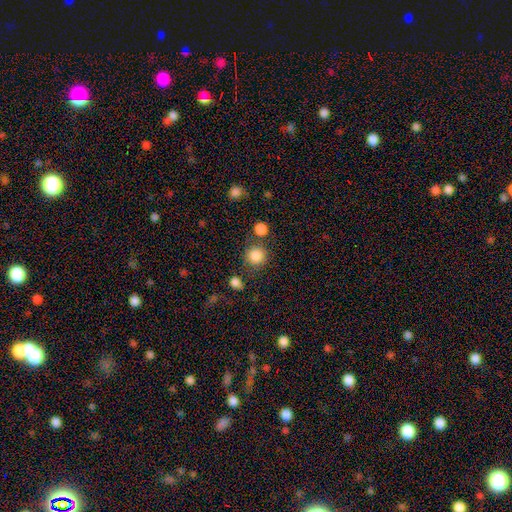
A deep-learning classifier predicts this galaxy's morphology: Smooth or featured: smooth — 85% (star or artifact — 10%)
How rounded: round — 92% (in between — 7%)
Merging: none — 77% (minor disturbance — 10%)